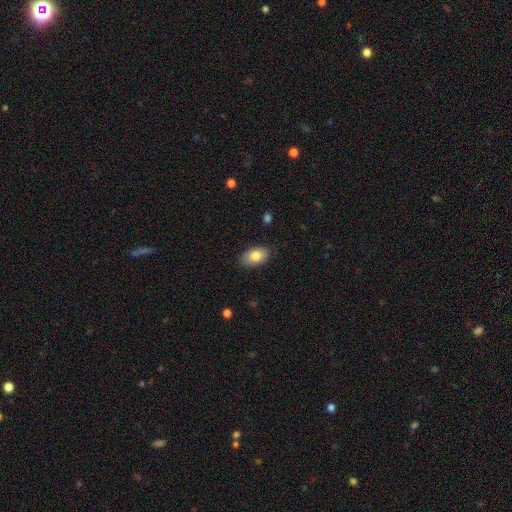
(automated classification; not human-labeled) Q: Smooth or featured?
A: smooth (82%); runner-up: featured or disk (11%)
Q: How rounded?
A: in between (92%); runner-up: round (6%)
Q: Merging?
A: none (84%); runner-up: minor disturbance (12%)